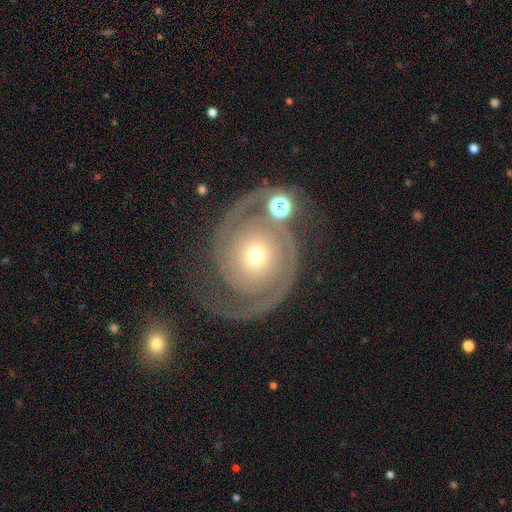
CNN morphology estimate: This appears to be a featured or disk galaxy (88%) with no bar (80%), 2 (89%) tight (55%) spiral arms (96%) and a small central bulge (49%). Merging: none (64%).